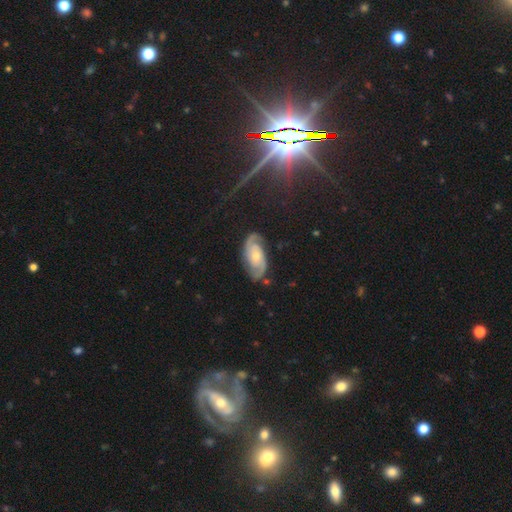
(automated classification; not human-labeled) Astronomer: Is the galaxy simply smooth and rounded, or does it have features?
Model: featured or disk — 82%.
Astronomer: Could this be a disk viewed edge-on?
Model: no — 95%.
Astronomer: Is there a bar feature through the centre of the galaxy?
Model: no — 69%.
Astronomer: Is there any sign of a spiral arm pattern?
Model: yes — 96%.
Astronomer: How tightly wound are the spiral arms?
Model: tight — 44% (runner-up: medium, 42%).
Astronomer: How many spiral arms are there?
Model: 2 — 88%.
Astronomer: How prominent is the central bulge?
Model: moderate — 55% (runner-up: small, 39%).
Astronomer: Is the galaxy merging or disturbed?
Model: none — 79%.